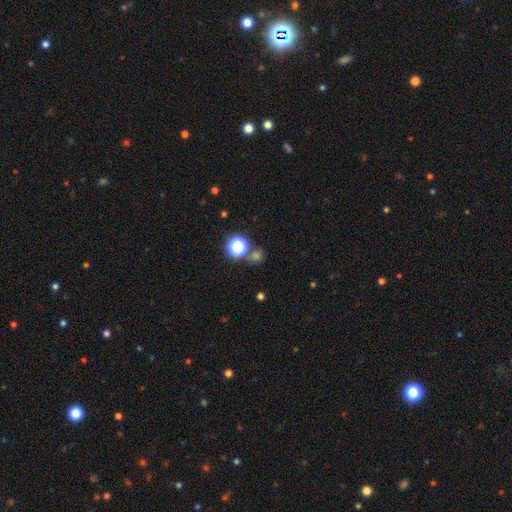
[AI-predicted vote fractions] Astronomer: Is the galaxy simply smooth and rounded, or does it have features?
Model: smooth — 49% (runner-up: star or artifact, 43%).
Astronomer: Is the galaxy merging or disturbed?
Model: none — 71%.